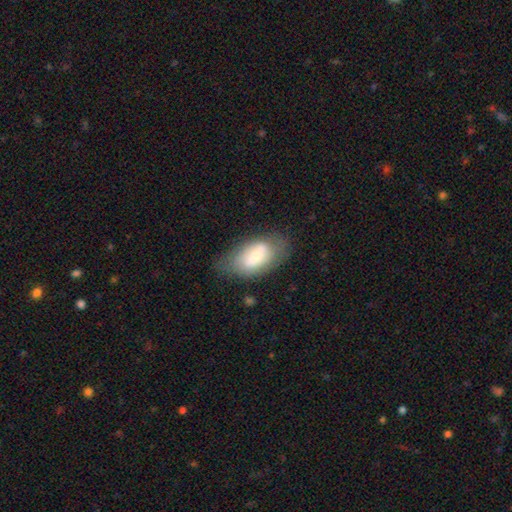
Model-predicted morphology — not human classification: A smooth galaxy with no disk features (61%) that is in between round and cigar-shaped (92%).

Vote fractions:
- Smooth or featured? smooth: 61% / featured or disk: 31% / star or artifact: 8%
- How rounded? in between: 92% / round: 5% / cigar-shaped: 3%
- Merging? none: 65% / minor disturbance: 23% / major disturbance: 9% / merger: 3%